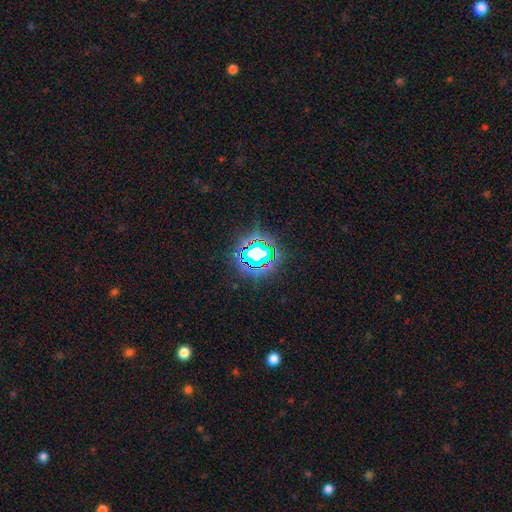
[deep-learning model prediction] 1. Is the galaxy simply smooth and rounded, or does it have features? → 73% star or artifact, 16% smooth, 11% featured or disk.